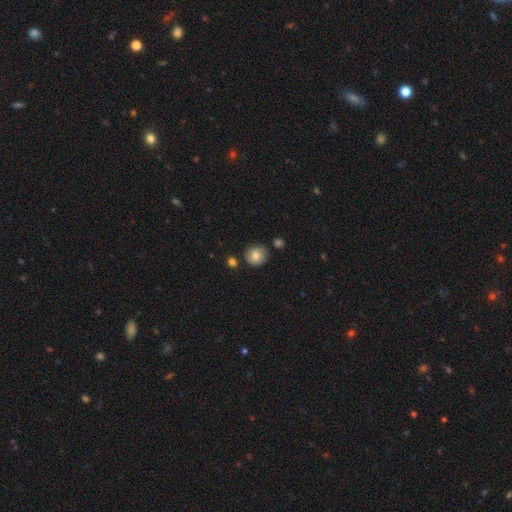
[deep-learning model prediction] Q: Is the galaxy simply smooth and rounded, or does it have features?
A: smooth — 81%.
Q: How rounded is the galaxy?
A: round — 86%.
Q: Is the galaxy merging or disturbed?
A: none — 79%.